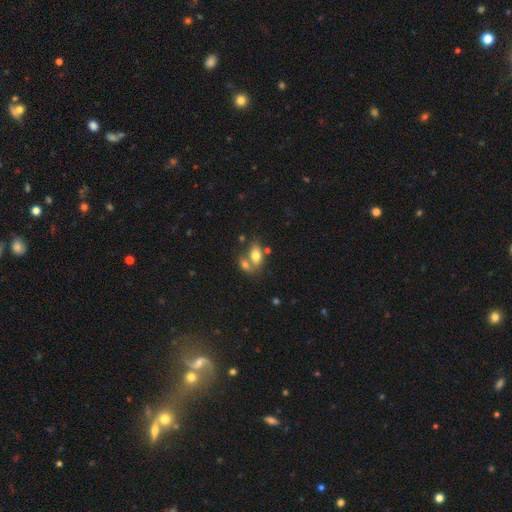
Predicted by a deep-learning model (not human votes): Smooth or featured: smooth — 75% (featured or disk — 16%)
How rounded: in between — 86% (round — 10%)
Merging: merger — 50% (none — 35%)